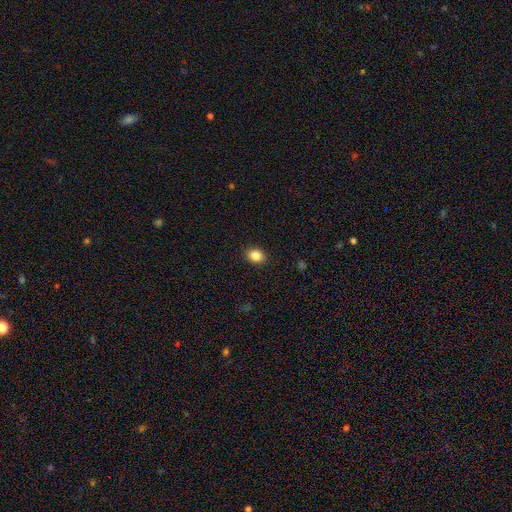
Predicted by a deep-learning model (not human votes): Morphology: type=smooth (86%); roundness=in between (53%); merging=none (90%).